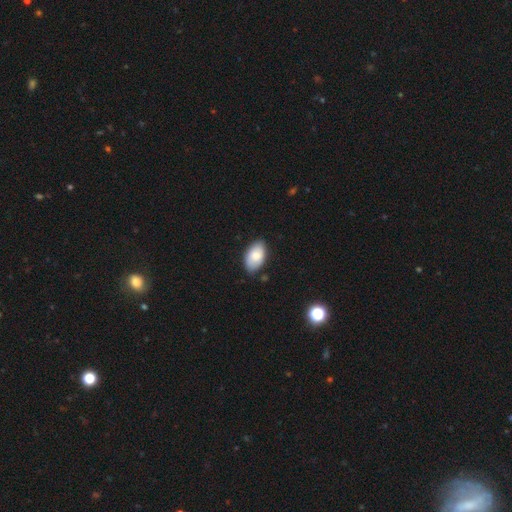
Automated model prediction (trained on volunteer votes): The model was most divided on "merging": none: 81%, minor disturbance: 15%, major disturbance: 2%, merger: 2%. More confident: how rounded — in between (95%); smooth or featured — smooth (83%).